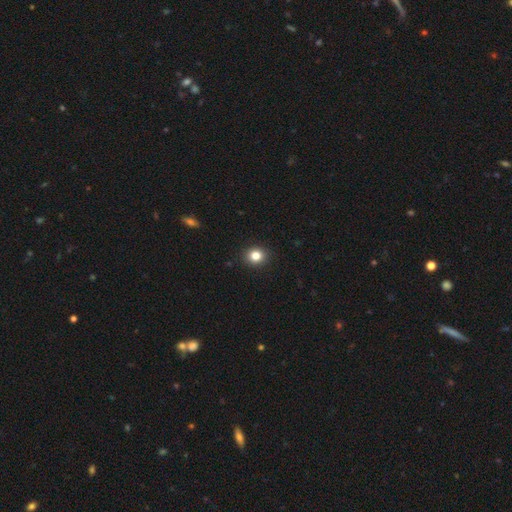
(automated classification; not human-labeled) Q: Smooth or featured?
A: smooth (83%); runner-up: star or artifact (12%)
Q: How rounded?
A: round (79%); runner-up: in between (20%)
Q: Merging?
A: none (92%); runner-up: minor disturbance (6%)